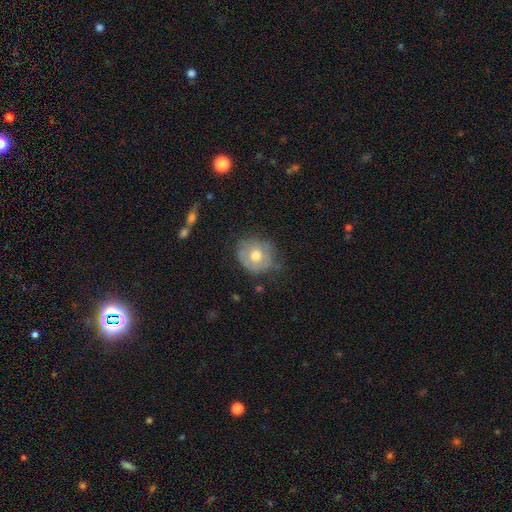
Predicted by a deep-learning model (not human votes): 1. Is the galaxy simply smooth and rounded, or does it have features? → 57% smooth, 36% featured or disk, 8% star or artifact.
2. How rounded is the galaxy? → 80% round, 19% in between, 1% cigar-shaped.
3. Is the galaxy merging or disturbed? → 66% none, 24% minor disturbance, 8% major disturbance, 2% merger.